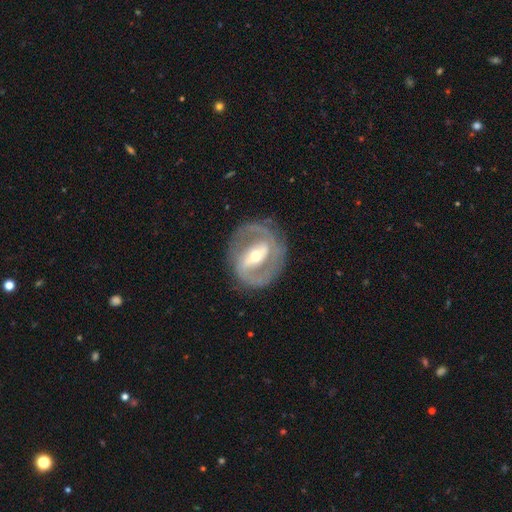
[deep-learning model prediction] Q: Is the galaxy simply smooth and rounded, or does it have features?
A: featured or disk — 85%.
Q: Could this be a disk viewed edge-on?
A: no — 96%.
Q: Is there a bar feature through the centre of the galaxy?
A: strong — 52%.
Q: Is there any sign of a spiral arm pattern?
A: yes — 84%.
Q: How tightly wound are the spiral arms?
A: medium — 46%.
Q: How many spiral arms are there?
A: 2 — 84%.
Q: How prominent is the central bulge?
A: moderate — 54%.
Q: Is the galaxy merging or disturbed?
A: none — 79%.